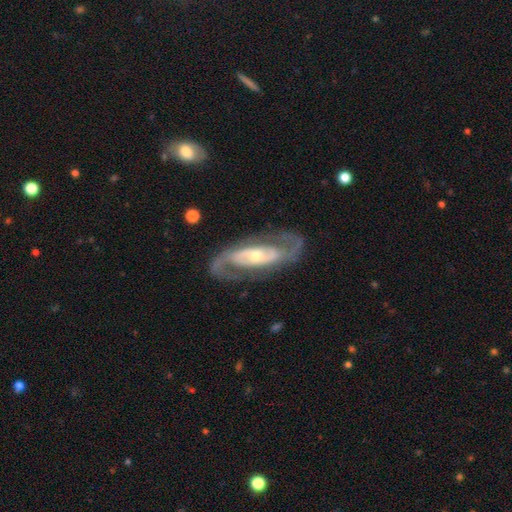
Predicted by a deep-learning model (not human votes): Smooth or featured: featured or disk — 88% (smooth — 7%)
Edge-on disk: no — 93% (yes — 7%)
Bar: no — 44% (weak — 29%)
Spiral arms: yes — 93% (no — 7%)
Spiral winding: medium — 50% (tight — 28%)
Spiral arm count: 2 — 90% (can't tell — 4%)
Bulge size: moderate — 48% (small — 46%)
Merging: none — 79% (minor disturbance — 12%)